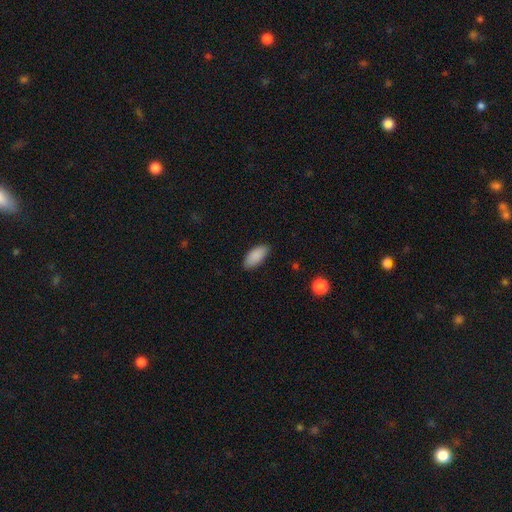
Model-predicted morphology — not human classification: smooth-or-featured: smooth: 89% | star or artifact: 6% | featured or disk: 4%
  how-rounded: in between: 90% | cigar-shaped: 9% | round: 2%
  merging: none: 85% | minor disturbance: 11% | major disturbance: 2% | merger: 1%